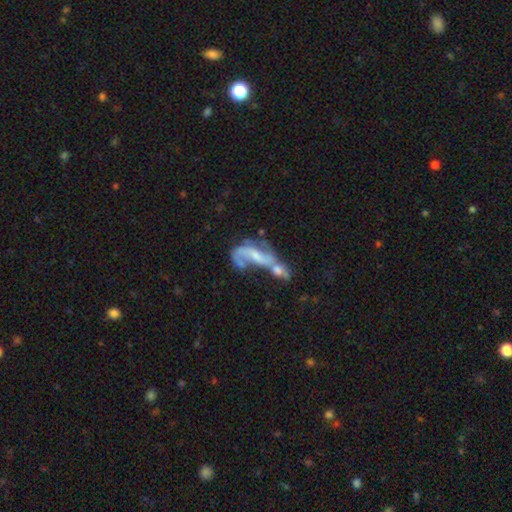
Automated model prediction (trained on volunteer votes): This is likely a featured or disk galaxy (70%). It is clearly not viewed edge-on (92%). Bar: possibly no (47%). Spiral arm pattern: likely yes (73%). Central bulge: marginally small (43%). Merging: likely merger (61%).